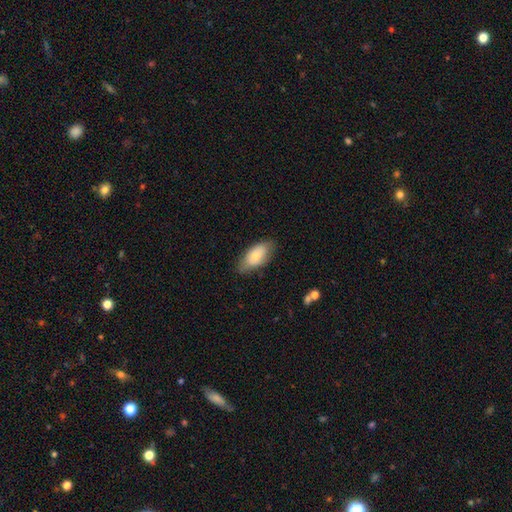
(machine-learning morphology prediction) smooth-or-featured: smooth: 71% | featured or disk: 23% | star or artifact: 7%
  how-rounded: in between: 92% | cigar-shaped: 5% | round: 4%
  merging: none: 72% | minor disturbance: 22% | major disturbance: 5% | merger: 1%